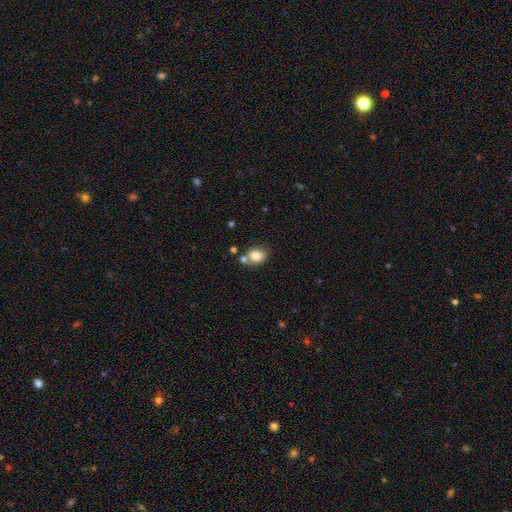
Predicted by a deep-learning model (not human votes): Smooth or featured: smooth — 79% (featured or disk — 10%)
How rounded: round — 55% (in between — 44%)
Merging: none — 63% (merger — 19%)